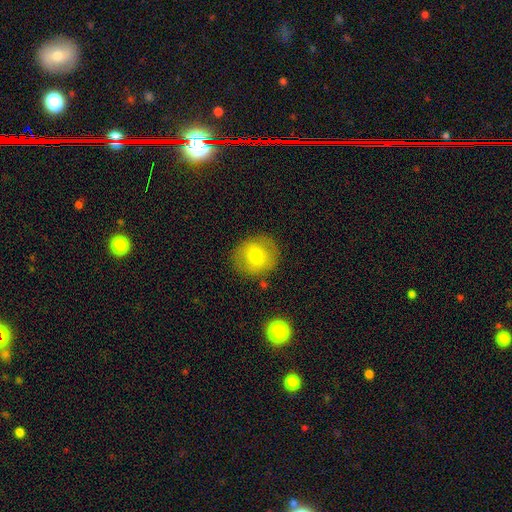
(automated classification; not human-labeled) Q: Smooth or featured?
A: smooth (68%); runner-up: featured or disk (23%)
Q: How rounded?
A: round (81%); runner-up: in between (18%)
Q: Merging?
A: none (84%); runner-up: minor disturbance (11%)